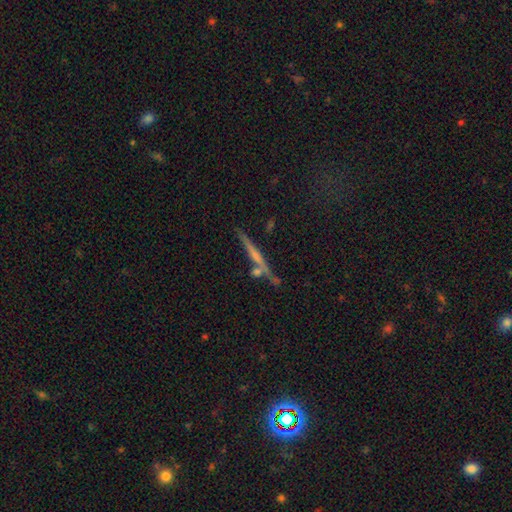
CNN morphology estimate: This is possibly a featured or disk galaxy (59%). It is clearly viewed edge-on (94%). Edge-on bulge: possibly none (54%). Merging: likely none (68%).